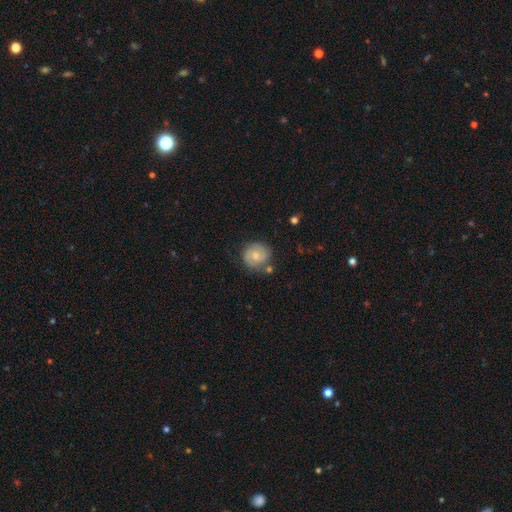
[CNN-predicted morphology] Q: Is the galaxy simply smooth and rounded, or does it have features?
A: featured or disk — 49%.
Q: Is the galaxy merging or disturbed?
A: none — 72%.